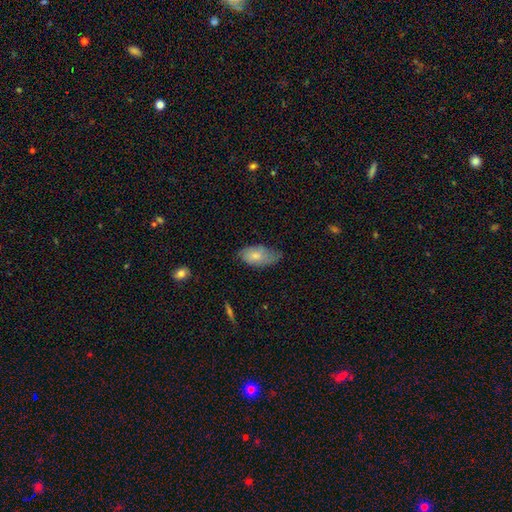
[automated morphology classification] smooth-or-featured: smooth: 71% | featured or disk: 23% | star or artifact: 6%
  how-rounded: in between: 93% | round: 4% | cigar-shaped: 3%
  merging: none: 50% | minor disturbance: 38% | major disturbance: 10% | merger: 2%